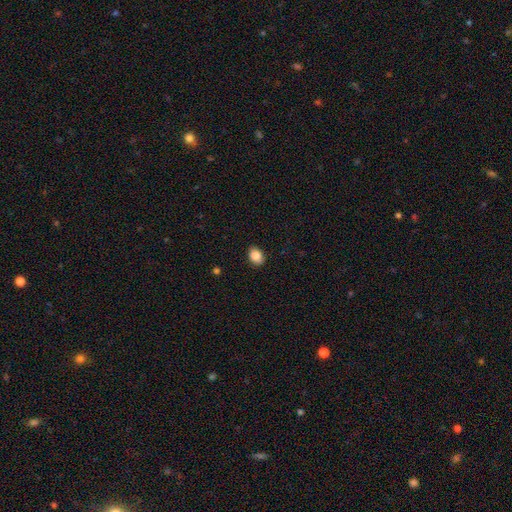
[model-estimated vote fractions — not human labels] This is clearly a smooth galaxy (86%). How rounded: likely in between (70%). Merging: clearly none (88%).